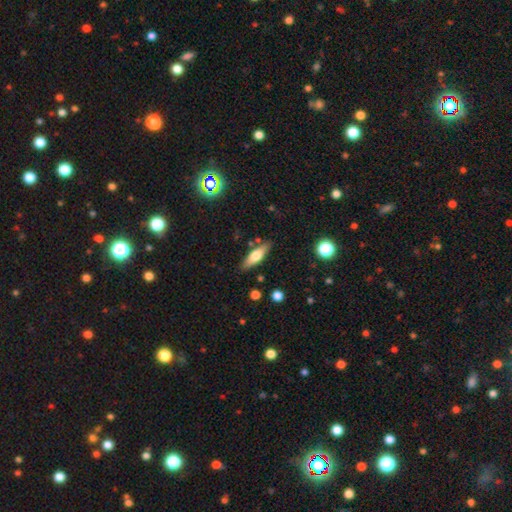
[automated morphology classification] Smooth or featured? smooth (53%)
How rounded? cigar-shaped (54%)
Merging? none (84%)